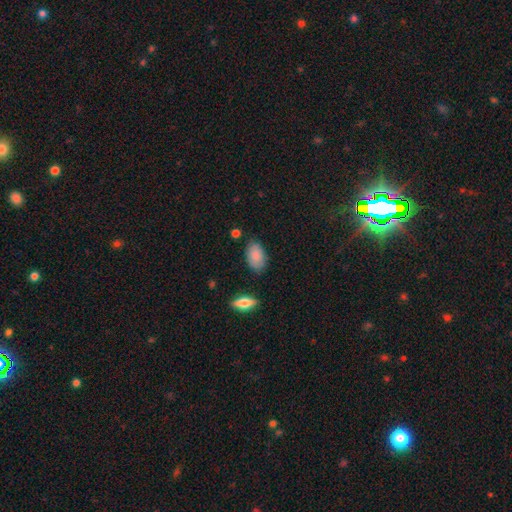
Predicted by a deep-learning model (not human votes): Smooth or featured?
  - smooth: 85% *
  - featured or disk: 8%
  - star or artifact: 7%
How rounded?
  - in between: 93% *
  - round: 5%
  - cigar-shaped: 2%
Merging?
  - none: 79% *
  - minor disturbance: 16%
  - major disturbance: 3%
  - merger: 2%